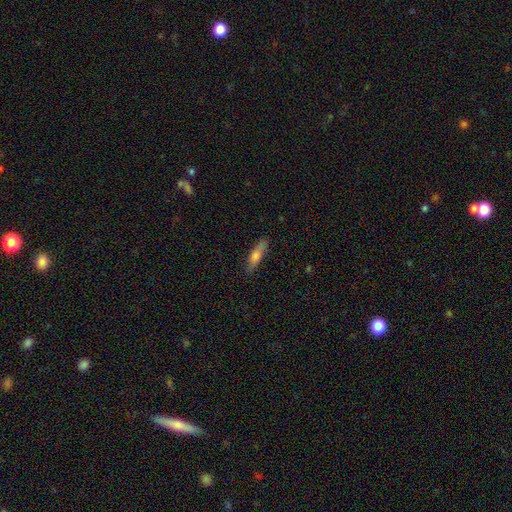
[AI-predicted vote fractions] A smooth galaxy with no disk features (68%) that is cigar-shaped (72%). Merging: none (82%).